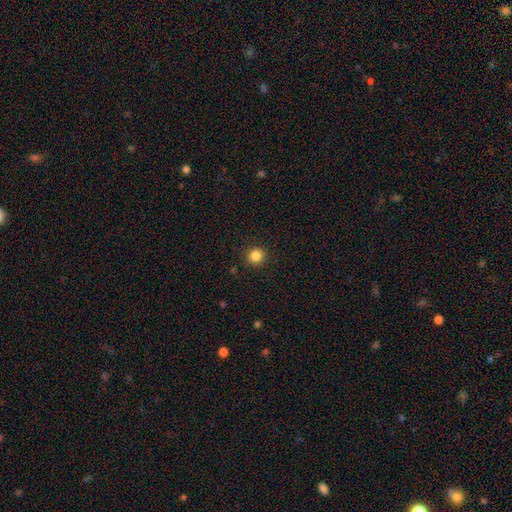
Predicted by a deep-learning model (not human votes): smooth_or_featured: smooth (p=0.85) [alt: star or artifact p=0.11]
how_rounded: round (p=0.94) [alt: in between p=0.05]
merging: none (p=0.92) [alt: minor disturbance p=0.05]